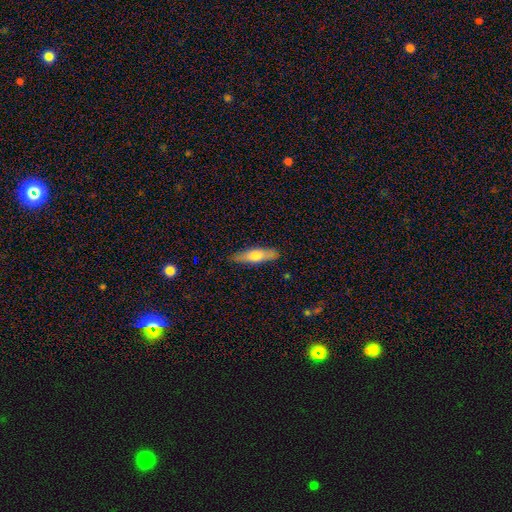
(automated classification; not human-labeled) Overall: smooth (65%; featured or disk 30%). How rounded: cigar-shaped (66%; in between 32%). Merging: none (87%).